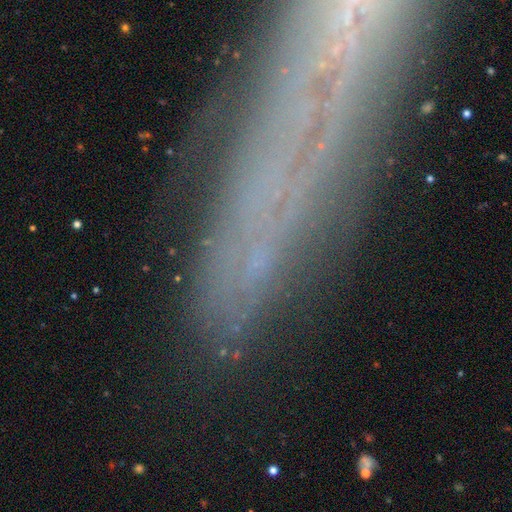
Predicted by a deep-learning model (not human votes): A featured or disk galaxy (48%). Merging: none (78%).